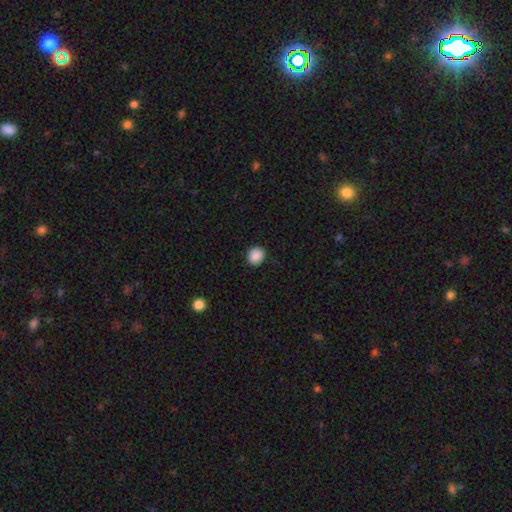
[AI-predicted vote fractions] Q: Smooth or featured?
A: smooth (89%); runner-up: star or artifact (9%)
Q: How rounded?
A: round (77%); runner-up: in between (22%)
Q: Merging?
A: none (88%); runner-up: minor disturbance (9%)